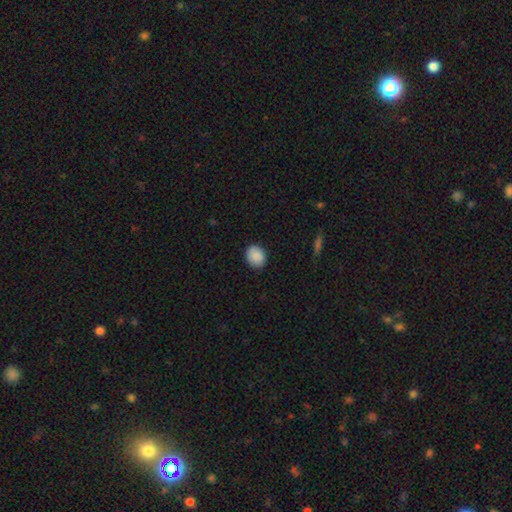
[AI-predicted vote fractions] The model was most divided on "how rounded": round: 55%, in between: 45%, cigar-shaped: 1%. More confident: smooth or featured — smooth (90%); merging — none (87%).